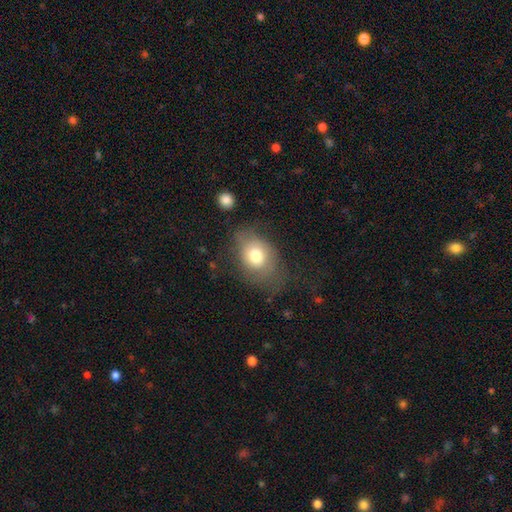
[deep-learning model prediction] This appears to be a smooth galaxy with no disk features (72%) that is in between round and cigar-shaped (63%). Merging: none (47%).